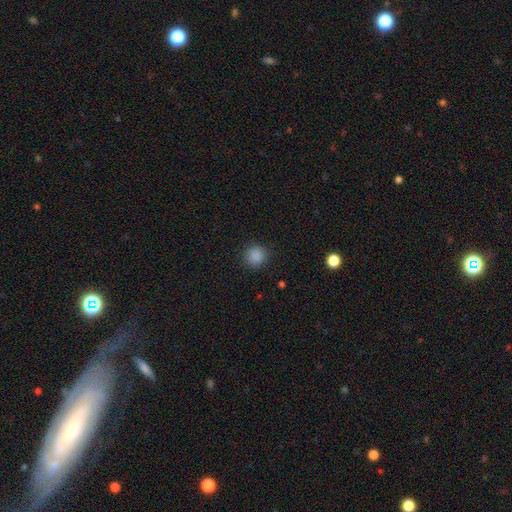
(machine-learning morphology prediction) Overall: smooth (86%). How rounded: round (92%). Merging: none (89%).